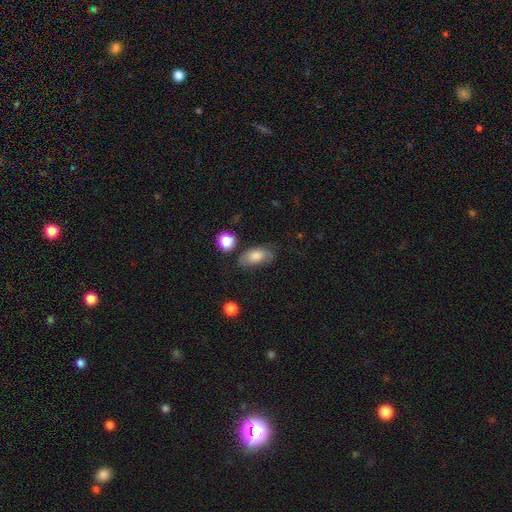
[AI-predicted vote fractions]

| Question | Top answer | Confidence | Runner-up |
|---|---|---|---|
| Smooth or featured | smooth | 71% | featured or disk (20%) |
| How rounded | in between | 89% | round (6%) |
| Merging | none | 54% | minor disturbance (30%) |